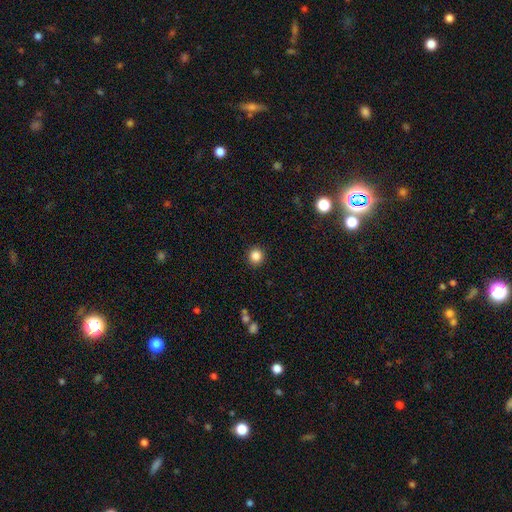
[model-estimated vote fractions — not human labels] Q: Smooth or featured?
A: smooth (85%); runner-up: star or artifact (11%)
Q: How rounded?
A: round (93%); runner-up: in between (6%)
Q: Merging?
A: none (92%); runner-up: minor disturbance (5%)